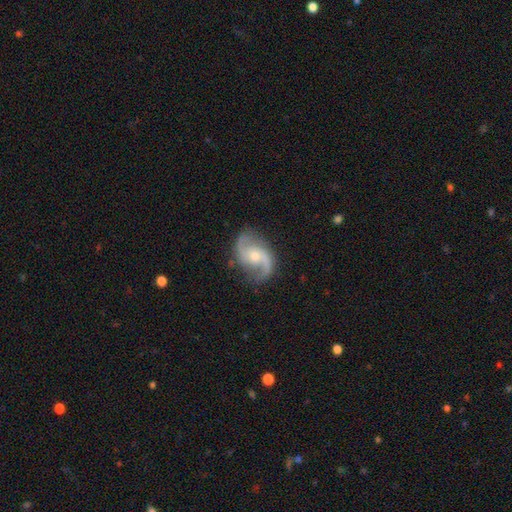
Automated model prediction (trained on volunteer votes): A featured or disk galaxy (89%) with no bar (58%), 2 (93%) medium (46%) spiral arms (97%) and a small central bulge (49%). Merging: none (80%).